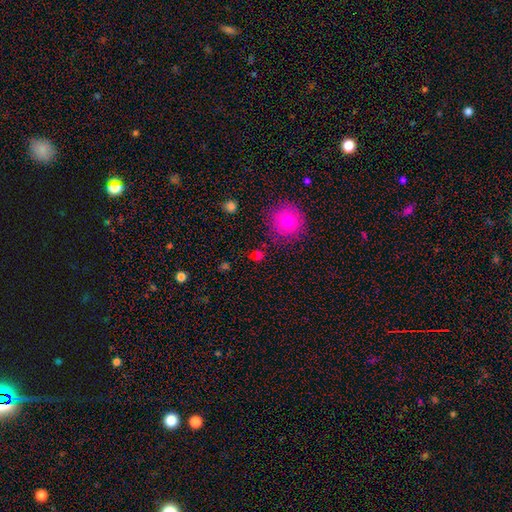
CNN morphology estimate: Smooth or featured?
  - smooth: 74% *
  - star or artifact: 18%
  - featured or disk: 8%
How rounded?
  - round: 85% *
  - in between: 14%
  - cigar-shaped: 1%
Merging?
  - none: 77% *
  - minor disturbance: 11%
  - merger: 6%
  - major disturbance: 5%